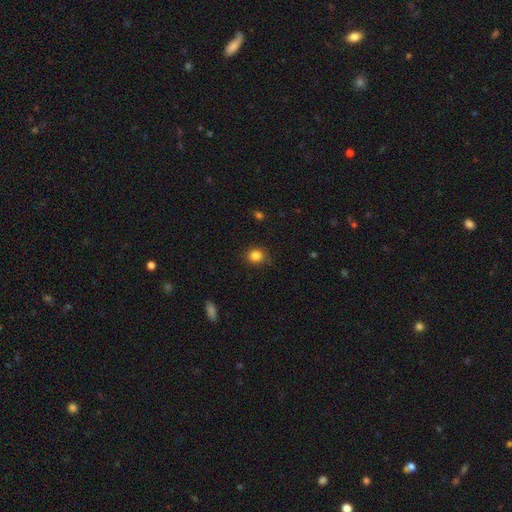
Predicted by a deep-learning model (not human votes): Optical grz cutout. It shows a smooth galaxy with no disk features (84%) that is round (82%). Merging: none (84%).